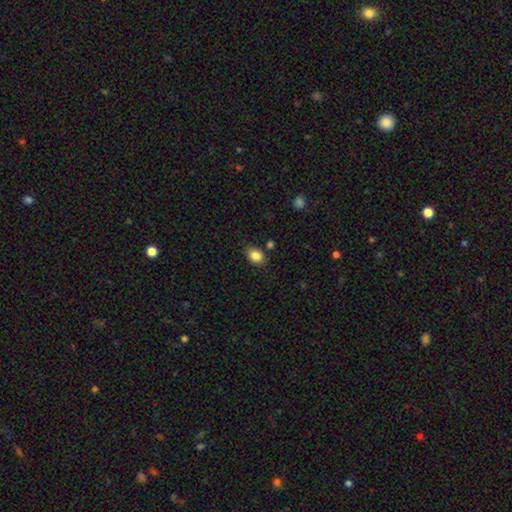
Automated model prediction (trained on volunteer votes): Smooth or featured: smooth — 85% (star or artifact — 9%)
How rounded: in between — 68% (round — 31%)
Merging: none — 80% (minor disturbance — 13%)